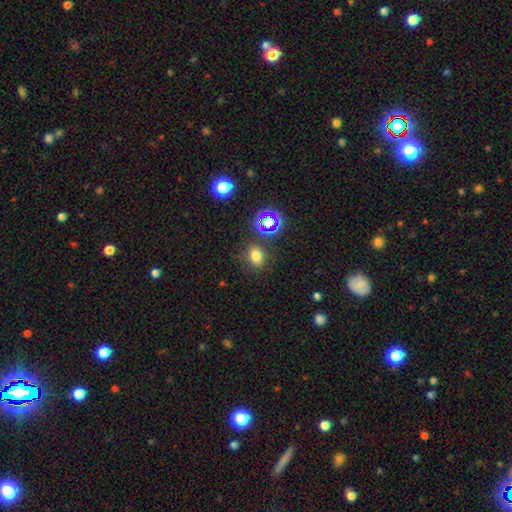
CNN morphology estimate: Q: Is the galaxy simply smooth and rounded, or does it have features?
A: smooth — 70%.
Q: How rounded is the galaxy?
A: in between — 57%.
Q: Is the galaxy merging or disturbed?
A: none — 80%.